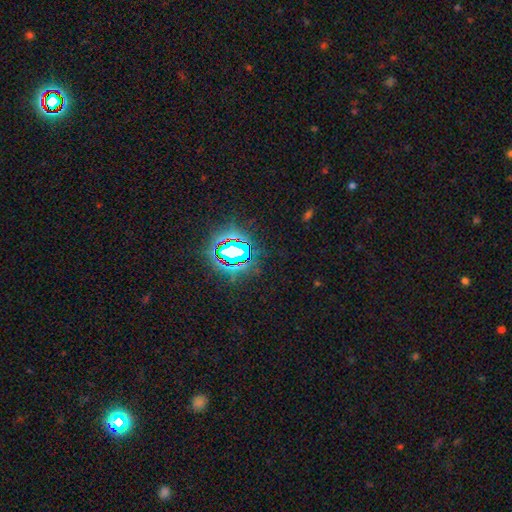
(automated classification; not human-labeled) A star or artifact, not a galaxy (82%).